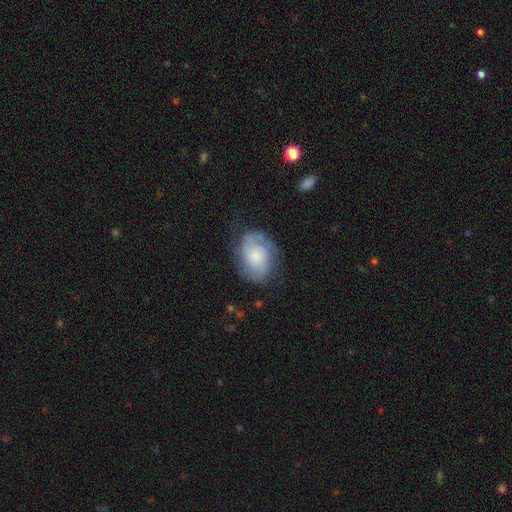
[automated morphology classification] Smooth or featured? featured or disk (66%)
Edge-on disk? no (97%)
Bar? no (72%)
Spiral arms? yes (90%)
Spiral winding? tight (43%)
Spiral arm count? 2 (70%)
Bulge size? small (41%)
Merging? none (64%)